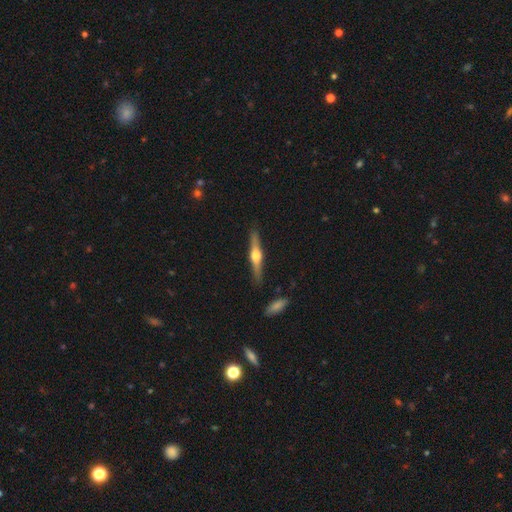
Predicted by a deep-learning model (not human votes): Smooth or featured? featured or disk (73%)
Edge-on disk? yes (98%)
Edge-on bulge? rounded (95%)
Merging? none (89%)